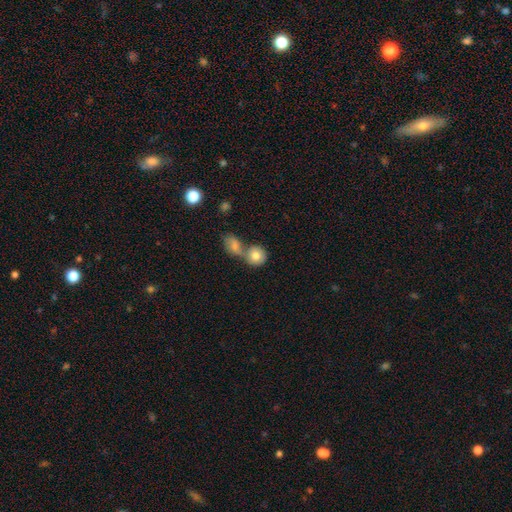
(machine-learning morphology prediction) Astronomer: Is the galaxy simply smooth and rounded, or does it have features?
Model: smooth — 79%.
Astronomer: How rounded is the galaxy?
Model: round — 80%.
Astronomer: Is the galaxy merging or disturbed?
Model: merger — 57% (runner-up: none, 32%).